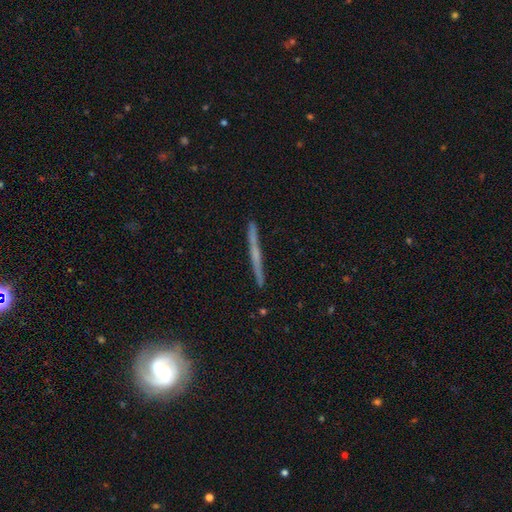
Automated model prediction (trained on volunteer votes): Overall: featured or disk (62%; smooth 31%). Edge-on disk: yes (97%). Edge-on bulge: none (70%). Merging: none (90%).